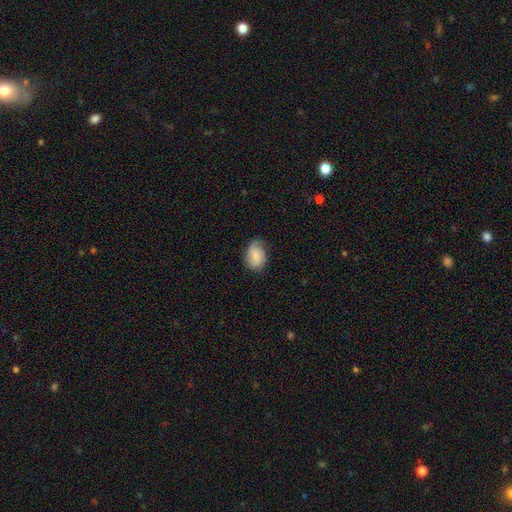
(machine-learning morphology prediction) The model was most divided on "merging": none: 66%, minor disturbance: 27%, major disturbance: 6%, merger: 1%. More confident: how rounded — in between (79%); smooth or featured — smooth (76%).